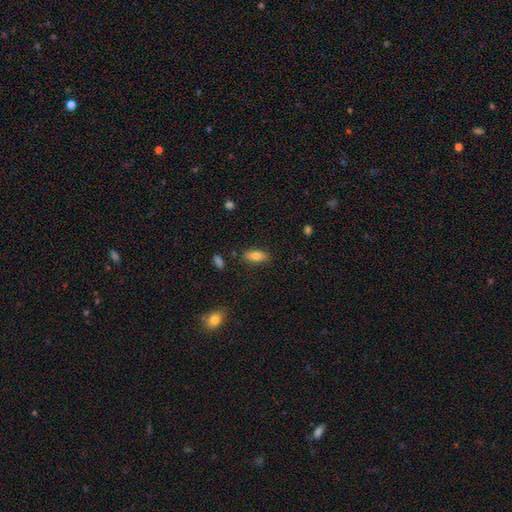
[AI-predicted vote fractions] Overall: smooth (79%). How rounded: in between (79%). Merging: none (83%).